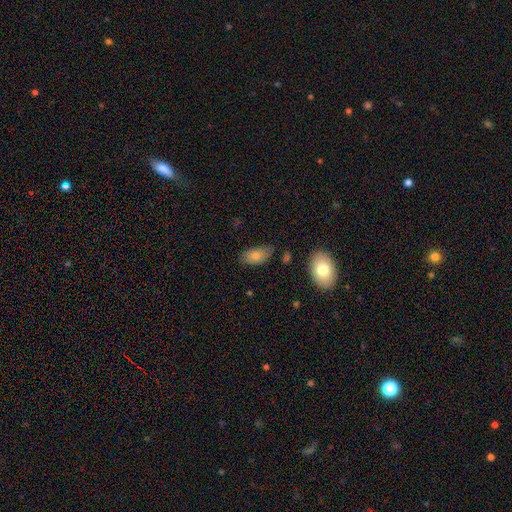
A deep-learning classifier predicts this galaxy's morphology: Overall: smooth (78%). How rounded: in between (93%). Merging: none (69%).